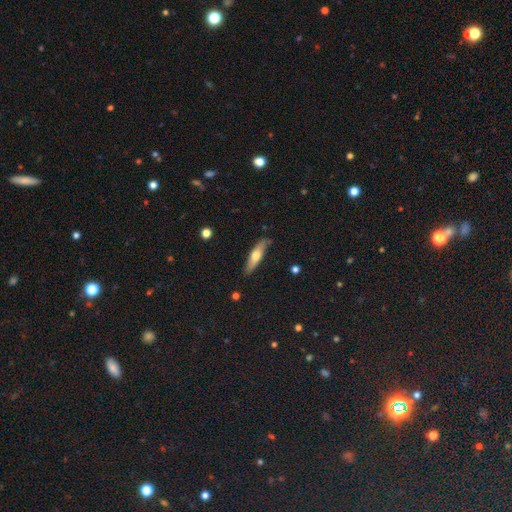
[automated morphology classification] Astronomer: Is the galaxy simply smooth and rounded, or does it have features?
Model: smooth — 53% (runner-up: featured or disk, 41%).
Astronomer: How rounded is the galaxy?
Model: cigar-shaped — 74%.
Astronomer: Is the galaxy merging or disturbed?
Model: none — 81%.